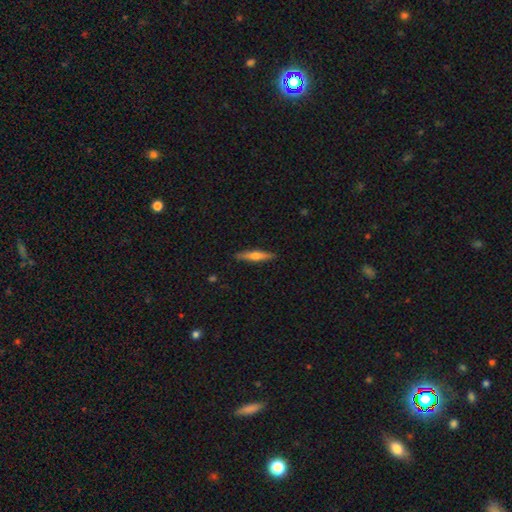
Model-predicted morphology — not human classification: A featured or disk galaxy (49%). Merging: none (90%).